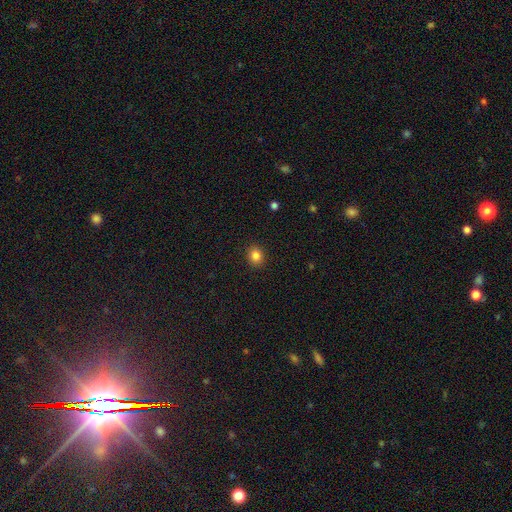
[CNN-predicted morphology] This is clearly a smooth galaxy (84%). How rounded: likely round (67%). Merging: clearly none (91%).